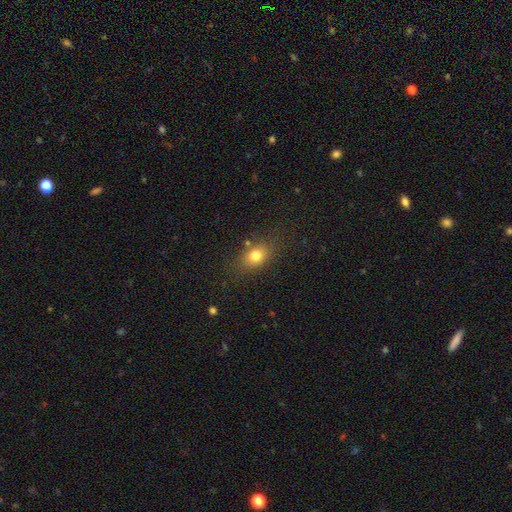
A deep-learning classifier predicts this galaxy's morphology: Q: Smooth or featured?
A: smooth (77%); runner-up: star or artifact (12%)
Q: How rounded?
A: in between (63%); runner-up: round (34%)
Q: Merging?
A: none (76%); runner-up: minor disturbance (15%)